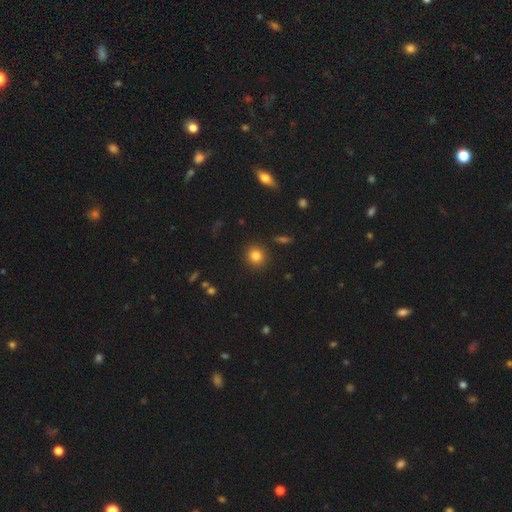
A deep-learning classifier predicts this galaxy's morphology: Smooth or featured? smooth (83%)
How rounded? round (88%)
Merging? none (90%)